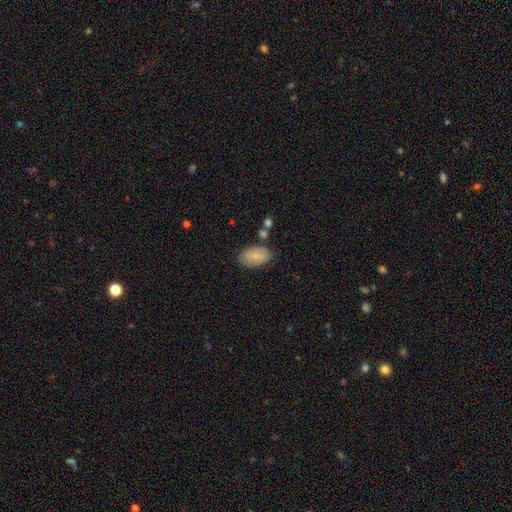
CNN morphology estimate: type=smooth (76%); roundness=in between (93%); merging=none (74%).